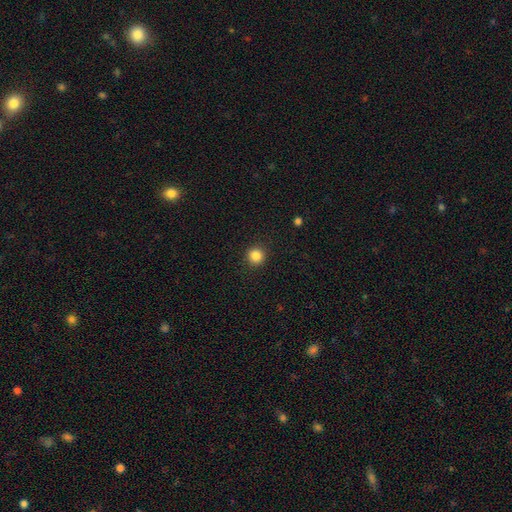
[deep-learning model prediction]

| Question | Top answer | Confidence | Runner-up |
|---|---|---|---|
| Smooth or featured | smooth | 85% | star or artifact (11%) |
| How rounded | round | 94% | in between (5%) |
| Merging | none | 92% | minor disturbance (5%) |